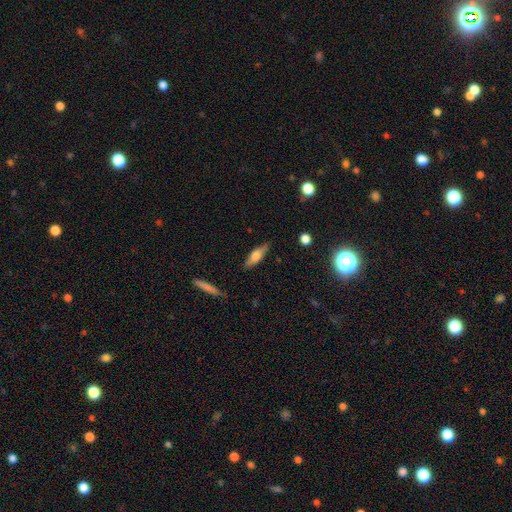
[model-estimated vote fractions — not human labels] This appears to be a smooth galaxy with no disk features (57%) that is cigar-shaped (54%). Merging: none (84%).